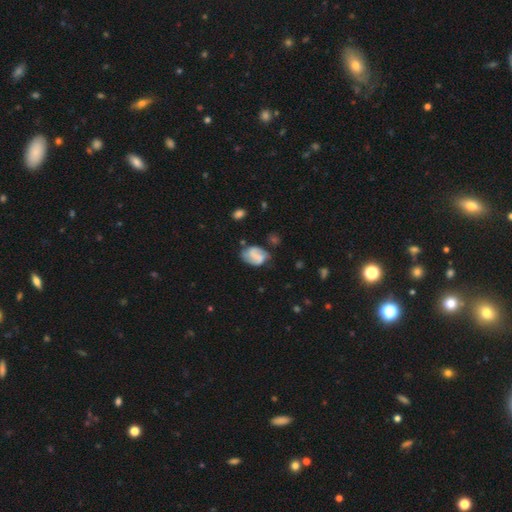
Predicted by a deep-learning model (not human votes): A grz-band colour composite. It shows a featured or disk galaxy (46%). Merging: none (52%).